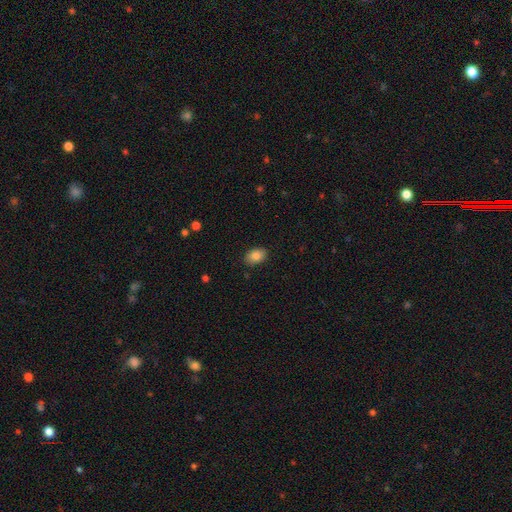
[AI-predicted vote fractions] Morphology: type=smooth (85%); roundness=in between (85%); merging=none (87%).